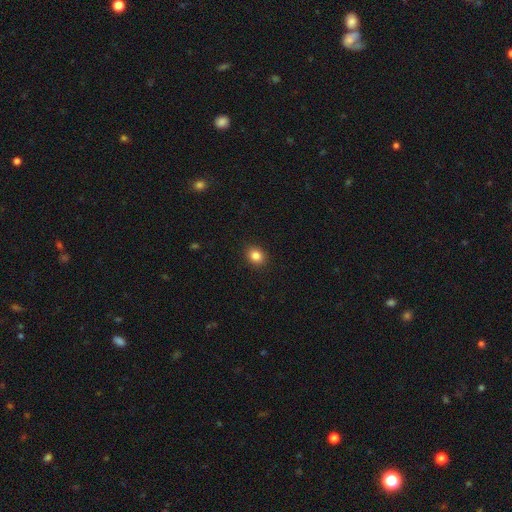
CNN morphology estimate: Smooth or featured?
  - smooth: 84% *
  - star or artifact: 11%
  - featured or disk: 5%
How rounded?
  - round: 59% *
  - in between: 40%
  - cigar-shaped: 1%
Merging?
  - none: 91% *
  - minor disturbance: 6%
  - major disturbance: 2%
  - merger: 1%